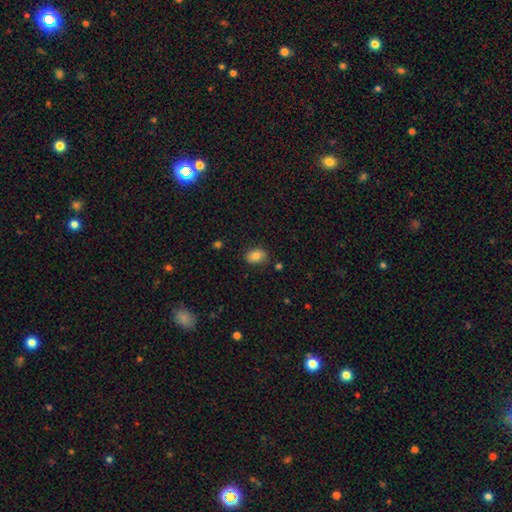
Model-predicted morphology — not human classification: type=smooth (84%); roundness=in between (77%); merging=none (83%).